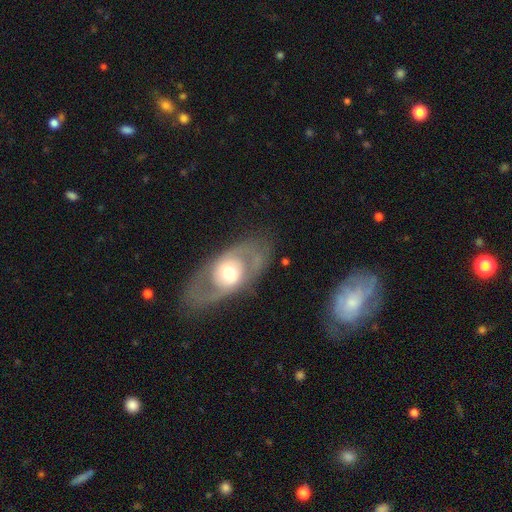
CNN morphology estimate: Smooth or featured: featured or disk — 75% (smooth — 20%)
Edge-on disk: no — 91% (yes — 9%)
Bar: no — 68% (weak — 23%)
Spiral arms: yes — 68% (no — 32%)
Bulge size: moderate — 64% (large — 19%)
Merging: none — 75% (minor disturbance — 14%)